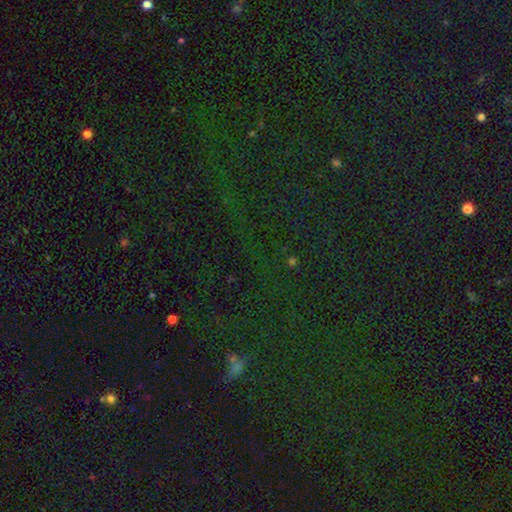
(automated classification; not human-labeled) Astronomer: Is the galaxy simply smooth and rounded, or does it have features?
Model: star or artifact — 79%.